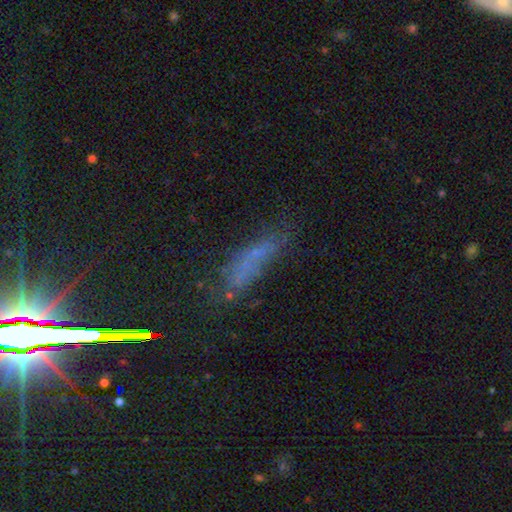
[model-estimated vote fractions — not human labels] This is possibly a smooth galaxy (47%). Merging: possibly none (50%).